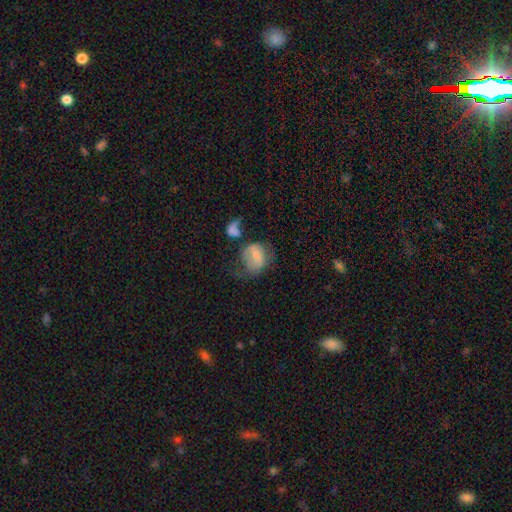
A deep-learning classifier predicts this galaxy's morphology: Q: Smooth or featured?
A: smooth (57%); runner-up: featured or disk (33%)
Q: How rounded?
A: round (51%); runner-up: in between (48%)
Q: Merging?
A: major disturbance (34%); runner-up: merger (28%)